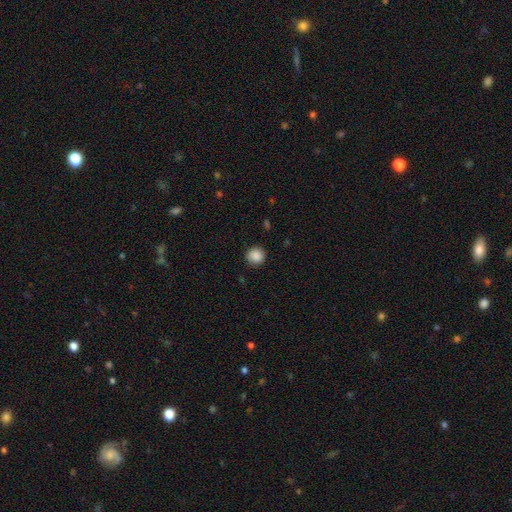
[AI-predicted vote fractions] This appears to be a smooth galaxy with no disk features (88%) that is round (92%). Merging: none (89%).